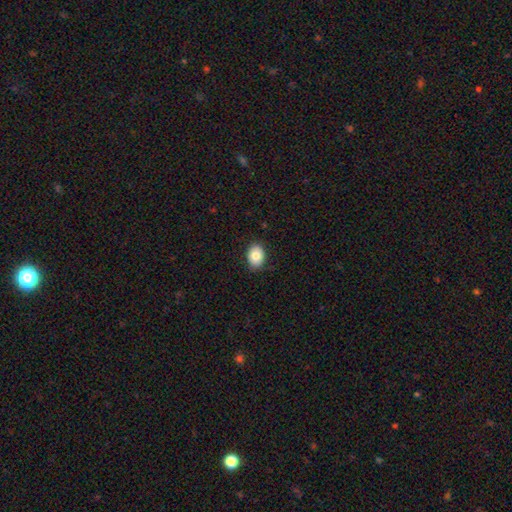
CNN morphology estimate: Overall: smooth (83%). How rounded: in between (69%; round 30%). Merging: none (86%).